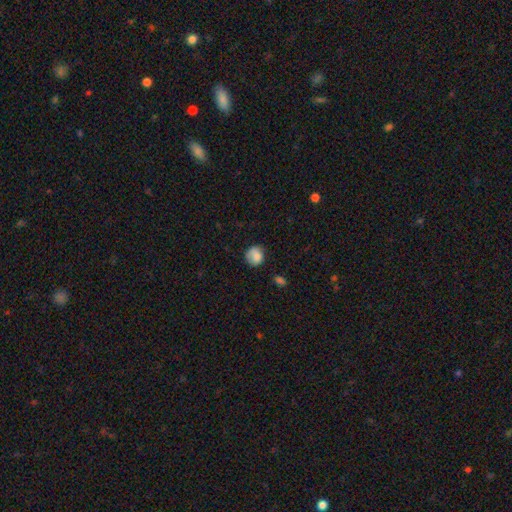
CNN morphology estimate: This appears to be a smooth galaxy with no disk features (81%) that is round (78%). Merging: none (64%).